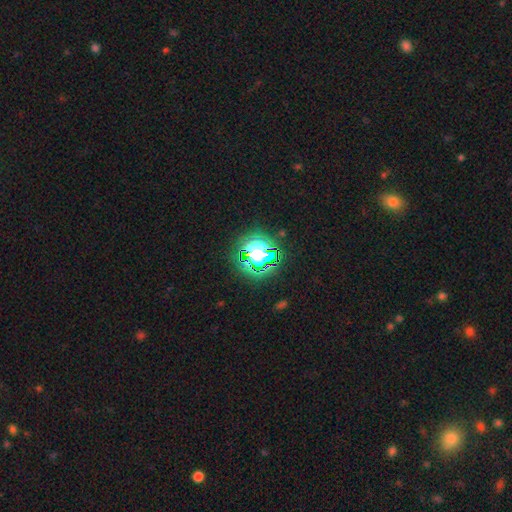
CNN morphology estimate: smooth_or_featured: star or artifact (p=0.58) [alt: smooth p=0.29]